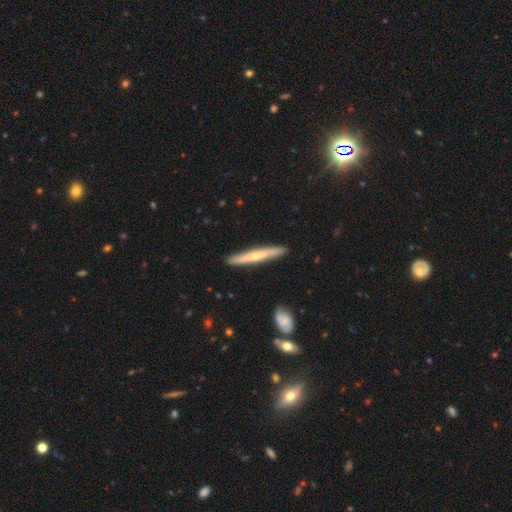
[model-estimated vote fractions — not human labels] Smooth or featured? Predicted: featured or disk (p=0.50). Edge-on disk? Predicted: yes (p=0.93). Merging? Predicted: none (p=0.90).